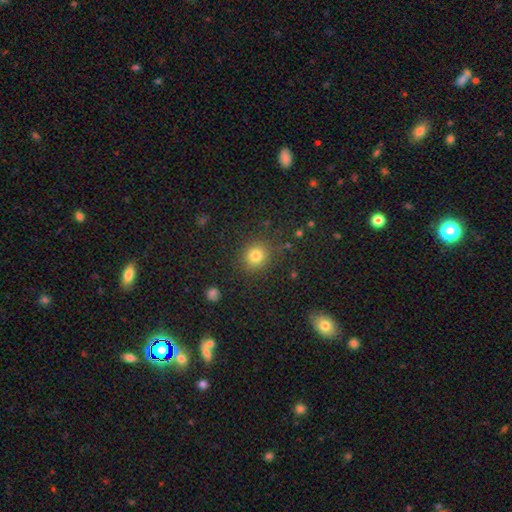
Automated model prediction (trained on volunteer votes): Overall: smooth (80%). How rounded: round (85%). Merging: none (86%).